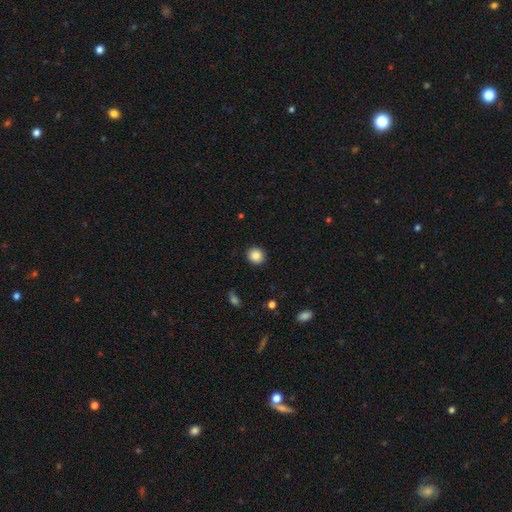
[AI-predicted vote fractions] Smooth or featured?
  - smooth: 87% *
  - star or artifact: 9%
  - featured or disk: 4%
How rounded?
  - round: 91% *
  - in between: 8%
  - cigar-shaped: 1%
Merging?
  - none: 91% *
  - minor disturbance: 6%
  - major disturbance: 2%
  - merger: 1%